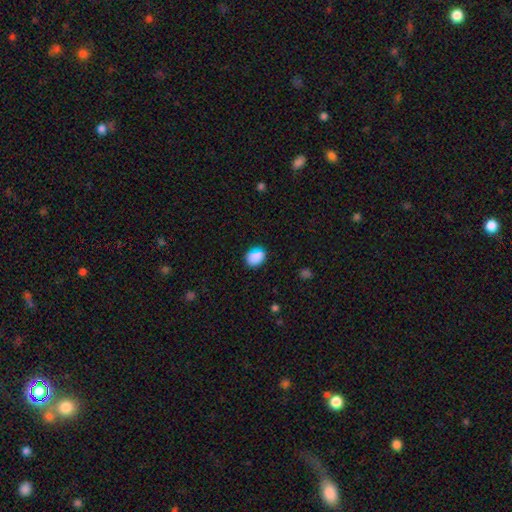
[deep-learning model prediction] A smooth galaxy with no disk features (82%) that is in between round and cigar-shaped (57%). Merging: none (82%).